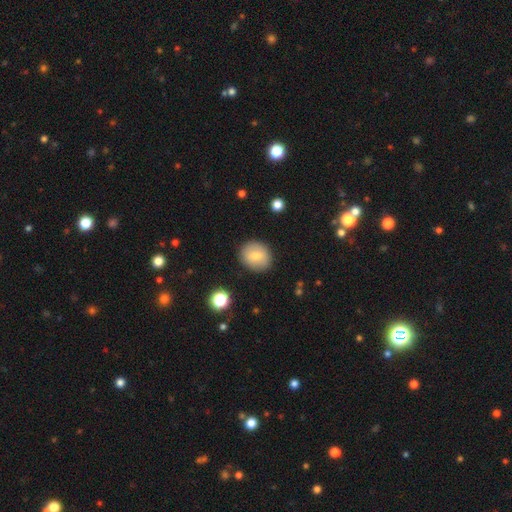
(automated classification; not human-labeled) smooth 74%, featured or disk 18%, star or artifact 9%. Down the decision tree: how rounded — round (72%); merging — none (87%).